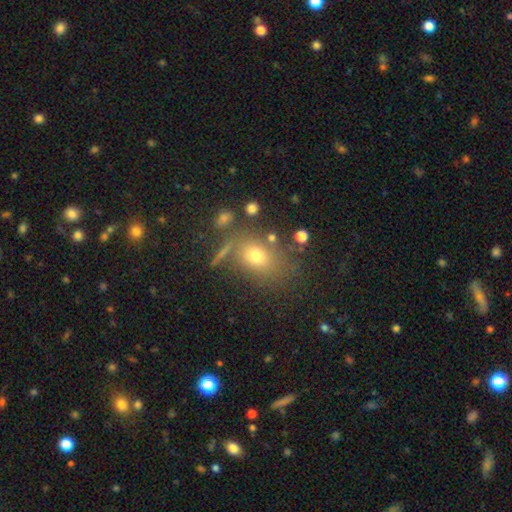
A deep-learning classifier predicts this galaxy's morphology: smooth 68%, star or artifact 16%, featured or disk 16%. Down the decision tree: how rounded — in between (61%); merging — none (68%).